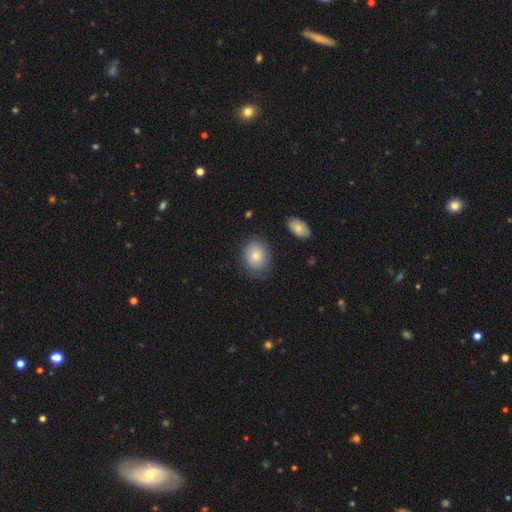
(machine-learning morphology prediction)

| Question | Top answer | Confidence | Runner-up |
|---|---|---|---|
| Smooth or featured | smooth | 83% | featured or disk (10%) |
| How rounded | in between | 52% | round (47%) |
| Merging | none | 79% | minor disturbance (15%) |